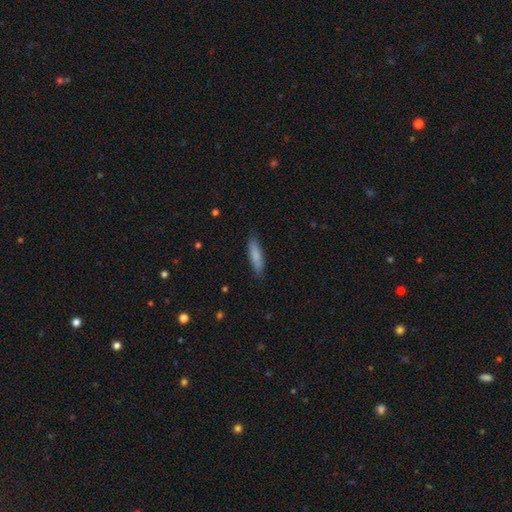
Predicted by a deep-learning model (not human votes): smooth-or-featured: smooth: 82% | featured or disk: 12% | star or artifact: 6%
  how-rounded: cigar-shaped: 73% | in between: 25% | round: 1%
  merging: none: 86% | minor disturbance: 11% | major disturbance: 2% | merger: 1%